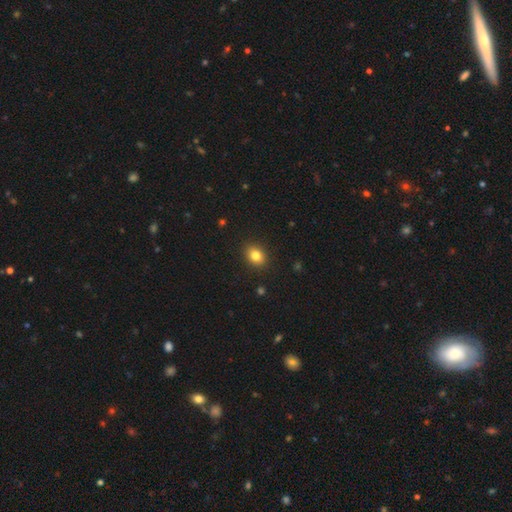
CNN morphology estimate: smooth_or_featured: smooth (p=0.82) [alt: star or artifact p=0.11]
how_rounded: in between (p=0.50) [alt: round p=0.49]
merging: none (p=0.90) [alt: minor disturbance p=0.07]